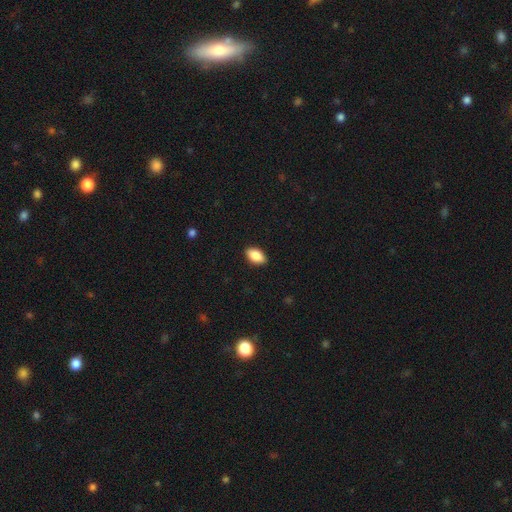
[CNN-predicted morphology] type=smooth (87%); roundness=in between (92%); merging=none (89%).